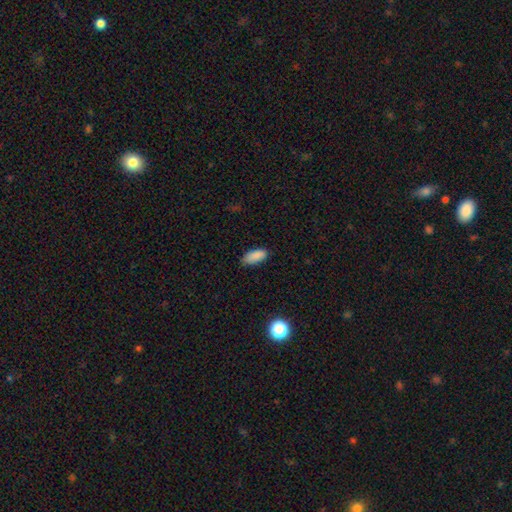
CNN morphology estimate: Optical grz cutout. It shows a smooth galaxy with no disk features (87%) that is in between round and cigar-shaped (88%). Merging: none (78%).